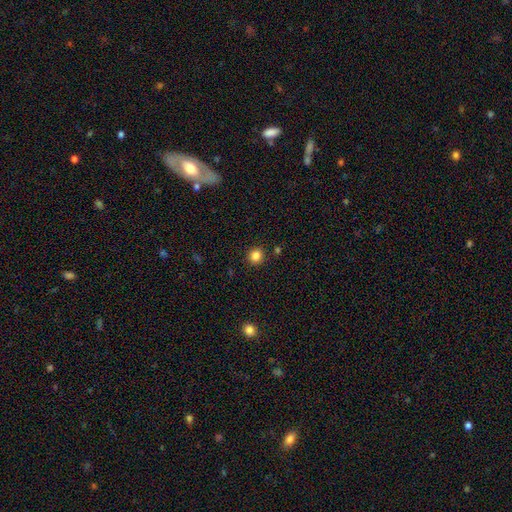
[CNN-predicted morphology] A smooth galaxy with no disk features (83%) that is round (88%).

Vote fractions:
- Smooth or featured? smooth: 83% / star or artifact: 12% / featured or disk: 4%
- How rounded? round: 88% / in between: 11% / cigar-shaped: 1%
- Merging? none: 90% / minor disturbance: 6% / merger: 2% / major disturbance: 2%